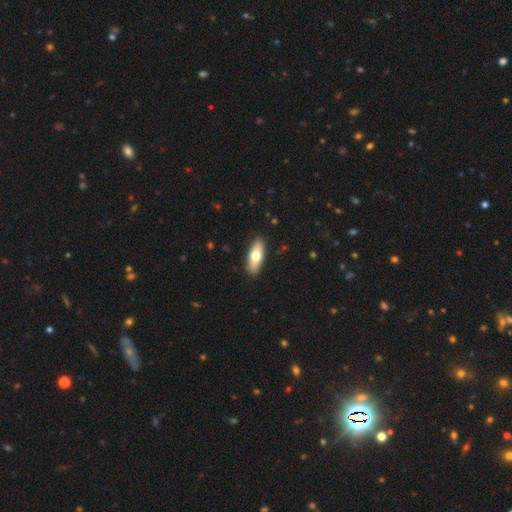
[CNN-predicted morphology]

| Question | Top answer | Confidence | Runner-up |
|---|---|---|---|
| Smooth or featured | smooth | 67% | featured or disk (28%) |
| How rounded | in between | 72% | cigar-shaped (26%) |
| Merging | none | 89% | minor disturbance (8%) |